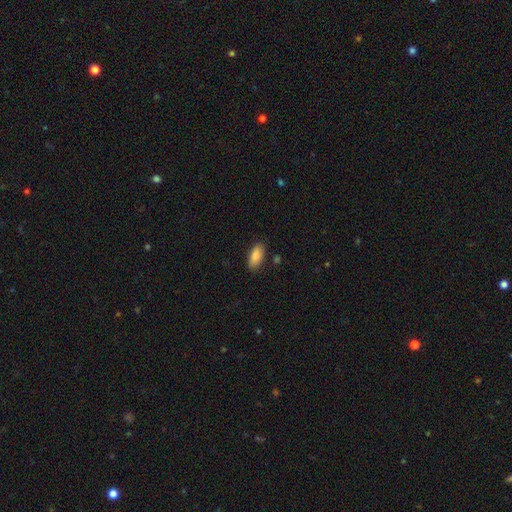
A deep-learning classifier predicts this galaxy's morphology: Overall: smooth (83%). How rounded: in between (88%). Merging: none (84%).